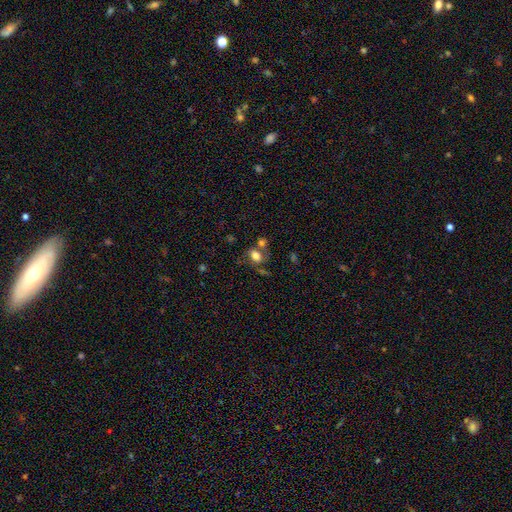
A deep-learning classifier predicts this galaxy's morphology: Smooth or featured: smooth — 75% (featured or disk — 13%)
How rounded: in between — 67% (round — 32%)
Merging: none — 47% (merger — 28%)